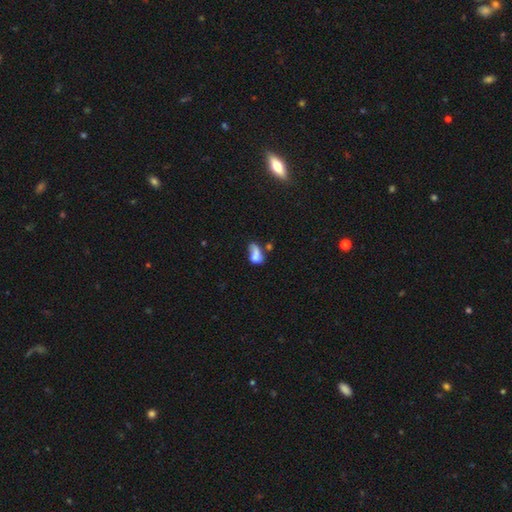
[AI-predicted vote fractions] smooth-or-featured: smooth: 61% | featured or disk: 27% | star or artifact: 13%
  how-rounded: in between: 77% | round: 15% | cigar-shaped: 8%
  merging: merger: 30% | major disturbance: 28% | none: 25% | minor disturbance: 17%